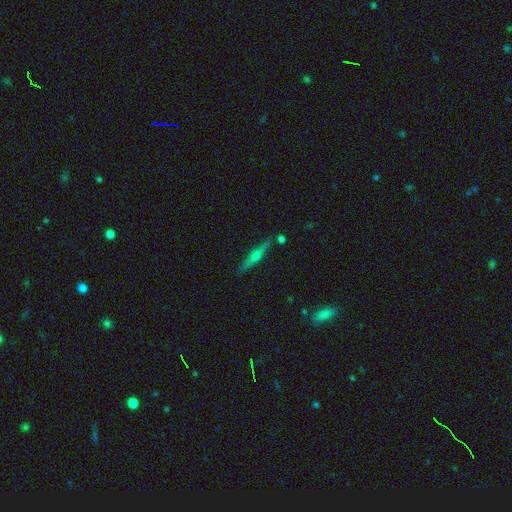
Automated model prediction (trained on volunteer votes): This is likely a featured or disk galaxy (63%). It is clearly viewed edge-on (97%). Edge-on bulge: clearly rounded (83%). Merging: clearly none (85%).